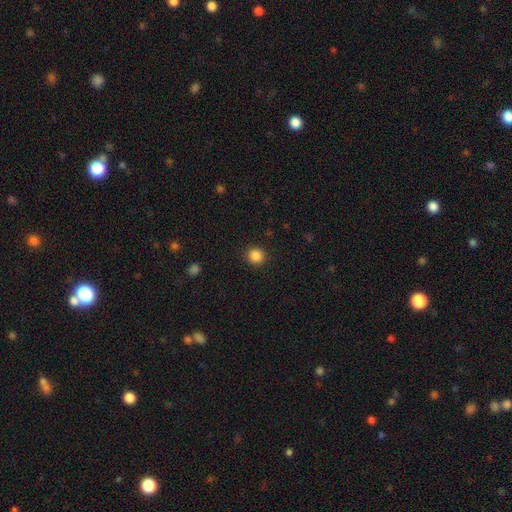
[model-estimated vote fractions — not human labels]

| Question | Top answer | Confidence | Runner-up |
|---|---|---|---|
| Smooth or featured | smooth | 86% | star or artifact (11%) |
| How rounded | round | 92% | in between (7%) |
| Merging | none | 91% | minor disturbance (6%) |